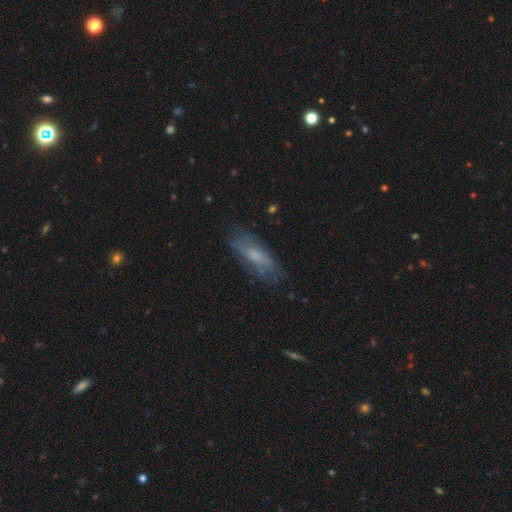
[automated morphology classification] This is possibly a smooth galaxy (53%). How rounded: possibly in between (58%). Merging: likely none (67%).